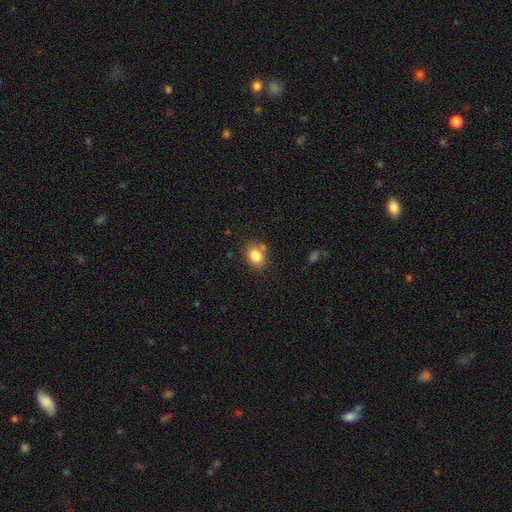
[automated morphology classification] A smooth galaxy with no disk features (83%) that is round (56%).

Vote fractions:
- Smooth or featured? smooth: 83% / star or artifact: 10% / featured or disk: 7%
- How rounded? round: 56% / in between: 44% / cigar-shaped: 1%
- Merging? none: 70% / minor disturbance: 16% / merger: 10% / major disturbance: 5%